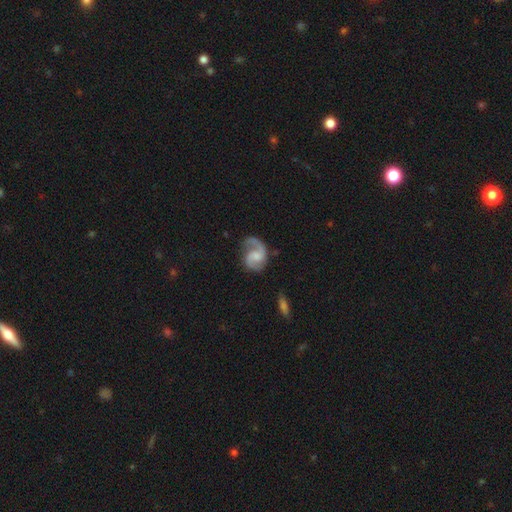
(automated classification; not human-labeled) A featured or disk galaxy (83%) with no bar (50%), 2 (76%) medium (52%) spiral arms (96%) and no central bulge (32%).

Vote fractions:
- Smooth or featured? featured or disk: 83% / smooth: 12% / star or artifact: 5%
- Edge-on disk? no: 98% / yes: 2%
- Bar? no: 50% / weak: 43% / strong: 7%
- Spiral arms? yes: 96% / no: 4%
- Spiral winding? medium: 52% / loose: 31% / tight: 17%
- Spiral arm count? 2: 76% / 1: 18% / can't tell: 3% / 3: 1% / 4: 1% / more than 4: 1%
- Bulge size? none: 32% / small: 29% / moderate: 29% / large: 8% / dominant: 1%
- Merging? none: 62% / minor disturbance: 21% / major disturbance: 14% / merger: 2%